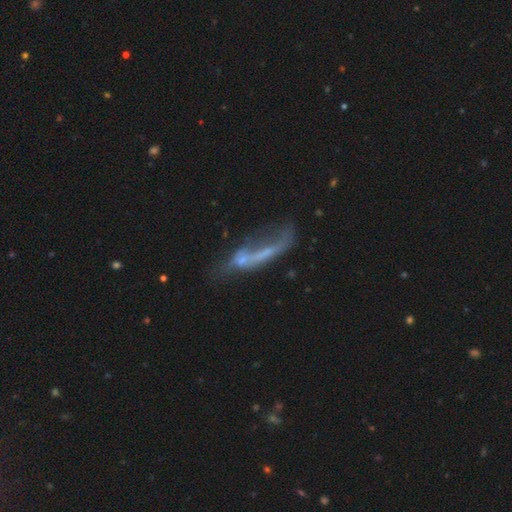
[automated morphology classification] Q: Smooth or featured?
A: featured or disk (52%); runner-up: smooth (33%)
Q: Edge-on disk?
A: no (70%); runner-up: yes (30%)
Q: Merging?
A: major disturbance (33%); runner-up: none (29%)